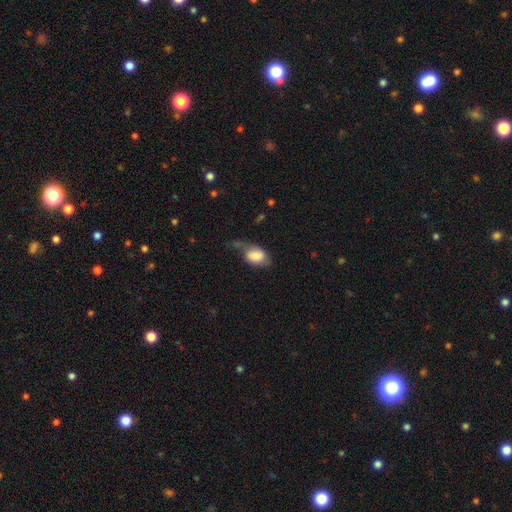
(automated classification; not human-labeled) Smooth or featured: smooth — 73% (featured or disk — 20%)
How rounded: in between — 85% (round — 13%)
Merging: major disturbance — 33% (minor disturbance — 32%)